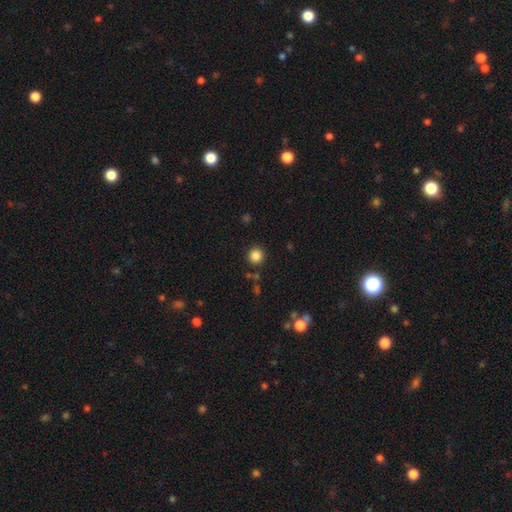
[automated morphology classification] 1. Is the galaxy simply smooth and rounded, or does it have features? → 85% smooth, 11% star or artifact, 4% featured or disk.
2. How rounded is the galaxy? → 92% round, 7% in between, 1% cigar-shaped.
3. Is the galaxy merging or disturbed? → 87% none, 7% minor disturbance, 3% merger, 3% major disturbance.